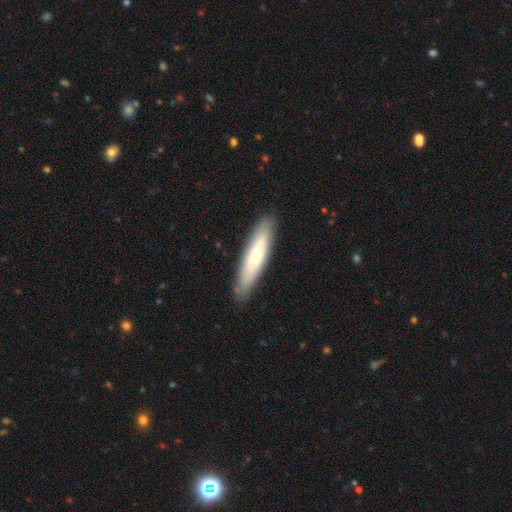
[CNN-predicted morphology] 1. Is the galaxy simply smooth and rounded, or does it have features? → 61% smooth, 34% featured or disk, 6% star or artifact.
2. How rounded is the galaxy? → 84% cigar-shaped, 14% in between, 1% round.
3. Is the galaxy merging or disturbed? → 87% none, 10% minor disturbance, 2% major disturbance, 1% merger.